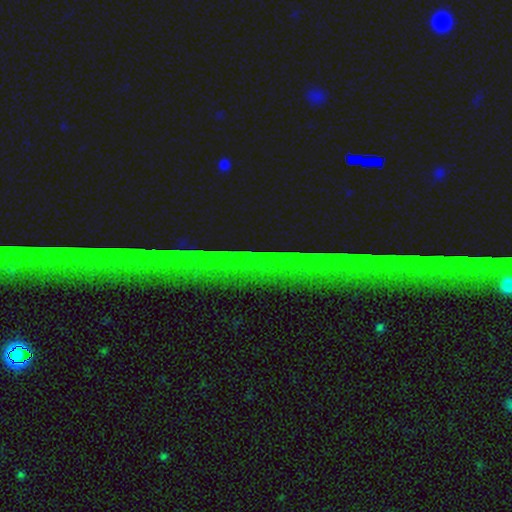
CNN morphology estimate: Overall: star or artifact (83%).